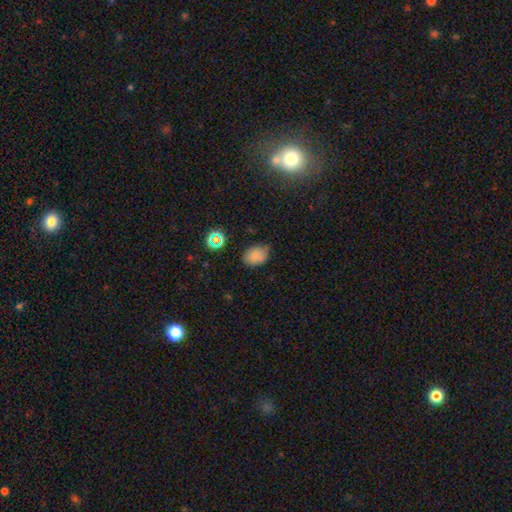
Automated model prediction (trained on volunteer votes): Morphology: type=smooth (76%); roundness=in between (67%); merging=none (63%).